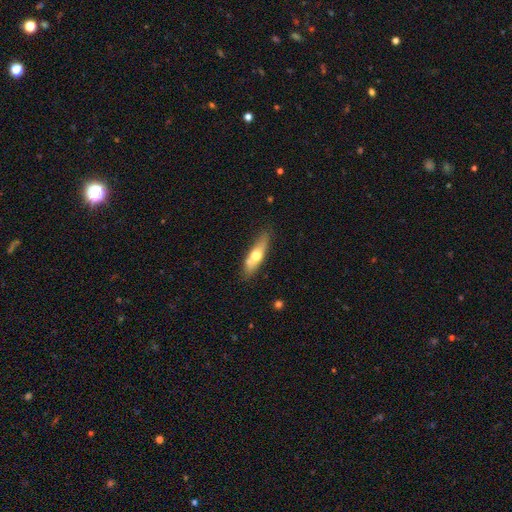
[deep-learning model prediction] Smooth or featured? Predicted: smooth (p=0.51). How rounded? Predicted: cigar-shaped (p=0.60). Merging? Predicted: none (p=0.70).